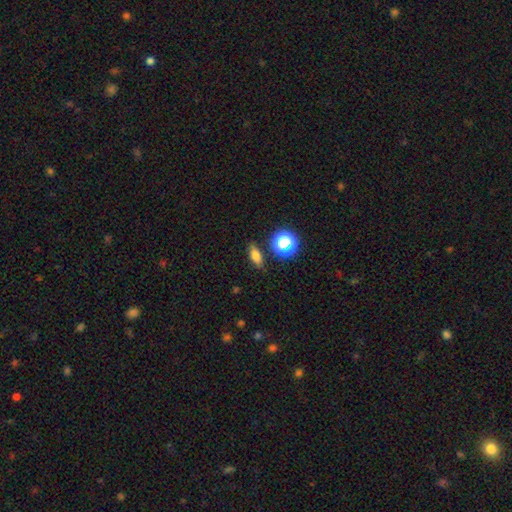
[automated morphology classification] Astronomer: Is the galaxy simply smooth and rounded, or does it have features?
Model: smooth — 72%.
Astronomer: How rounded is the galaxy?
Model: in between — 68%.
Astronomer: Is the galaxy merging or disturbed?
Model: none — 83%.